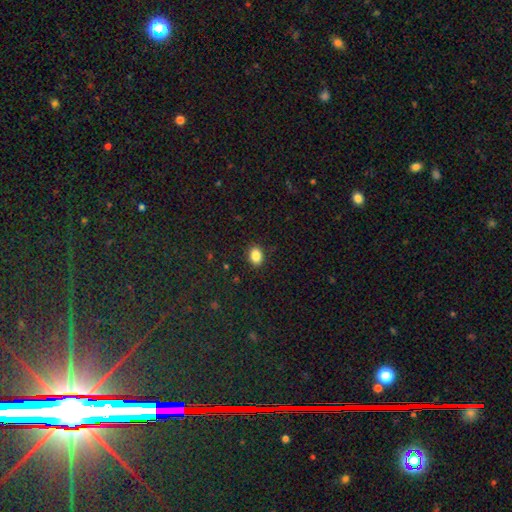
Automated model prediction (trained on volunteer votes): Smooth or featured? Predicted: smooth (p=0.86). How rounded? Predicted: in between (p=0.68). Merging? Predicted: none (p=0.88).